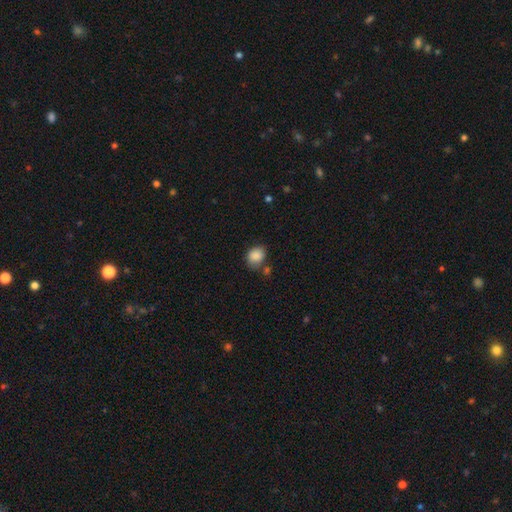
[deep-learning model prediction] This appears to be a smooth galaxy with no disk features (88%) that is round (52%). Merging: none (64%).